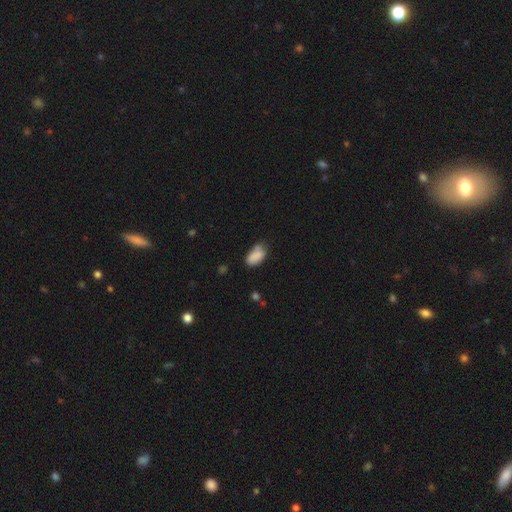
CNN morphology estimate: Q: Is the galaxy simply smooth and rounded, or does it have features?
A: smooth — 84%.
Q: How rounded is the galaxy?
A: in between — 92%.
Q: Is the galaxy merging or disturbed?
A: none — 55%.